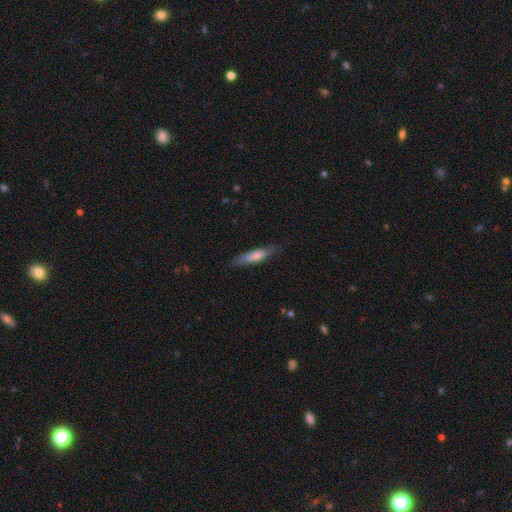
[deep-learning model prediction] smooth_or_featured: smooth (p=0.67) [alt: featured or disk p=0.27]
how_rounded: cigar-shaped (p=0.74) [alt: in between p=0.24]
merging: none (p=0.77) [alt: minor disturbance p=0.18]